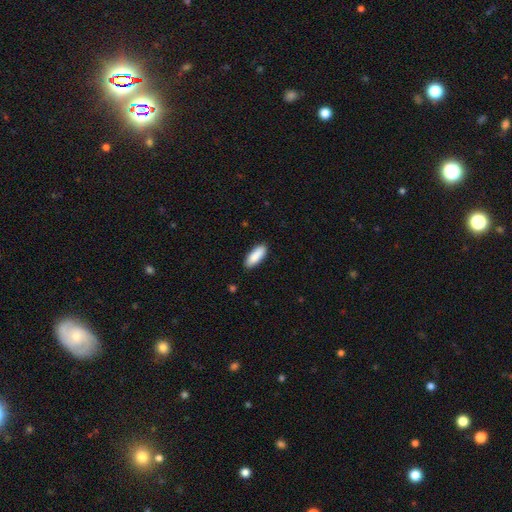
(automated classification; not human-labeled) This appears to be a smooth galaxy with no disk features (89%) that is in between round and cigar-shaped (71%). Merging: none (88%).